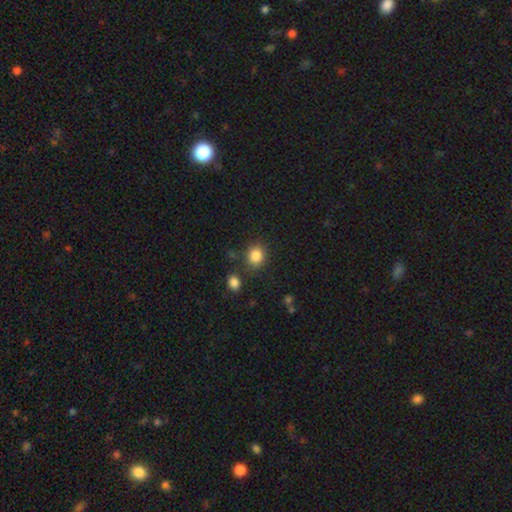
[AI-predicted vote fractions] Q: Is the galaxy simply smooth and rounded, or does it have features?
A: smooth — 85%.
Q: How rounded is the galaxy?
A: round — 74%.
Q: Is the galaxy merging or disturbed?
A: none — 78%.